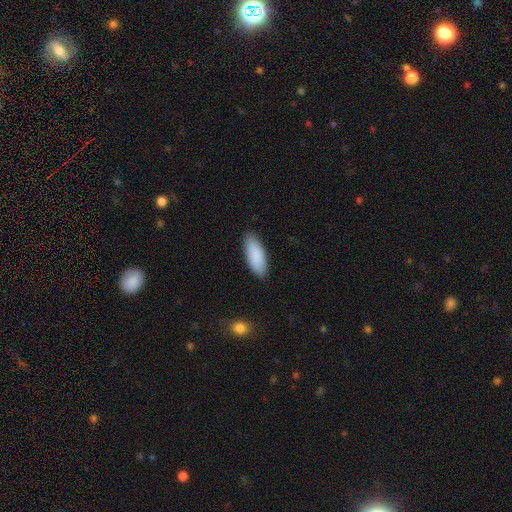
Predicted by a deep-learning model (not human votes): This is clearly a smooth galaxy (89%). How rounded: likely in between (74%). Merging: clearly none (87%).